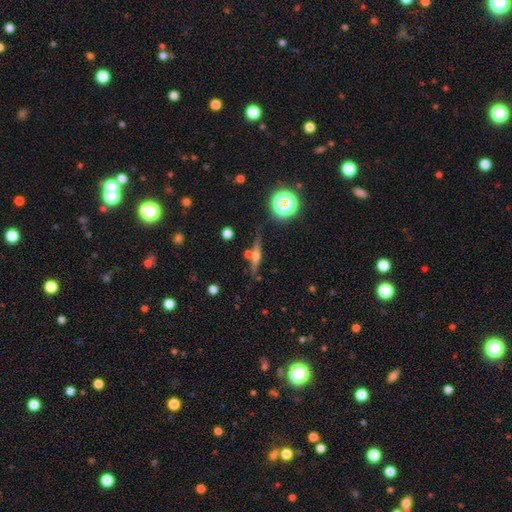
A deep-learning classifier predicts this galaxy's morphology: Smooth or featured? Predicted: featured or disk (p=0.50). Merging? Predicted: none (p=0.72).